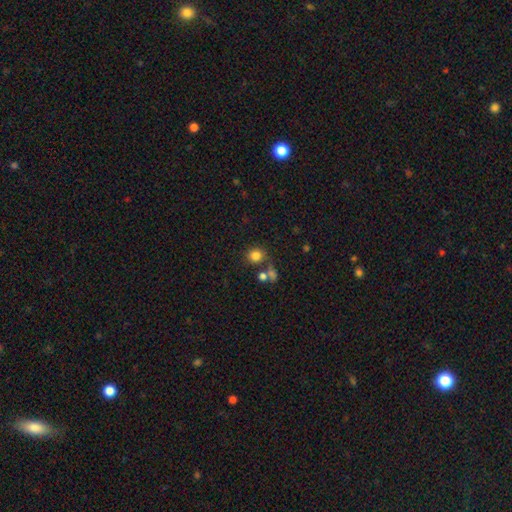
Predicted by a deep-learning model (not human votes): Smooth or featured? Predicted: smooth (p=0.82). How rounded? Predicted: round (p=0.83). Merging? Predicted: none (p=0.70).